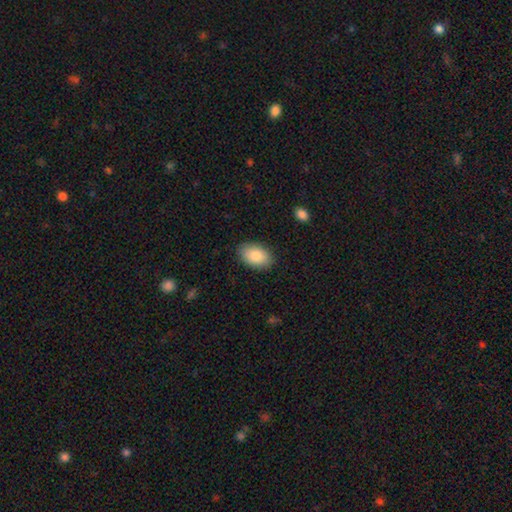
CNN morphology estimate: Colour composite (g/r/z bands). It shows a smooth galaxy with no disk features (86%) that is in between round and cigar-shaped (92%). Merging: none (87%).